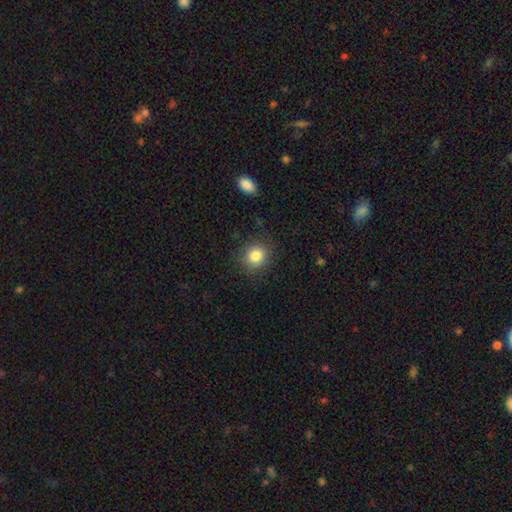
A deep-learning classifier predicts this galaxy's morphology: Smooth or featured? Predicted: smooth (p=0.84). How rounded? Predicted: round (p=0.83). Merging? Predicted: none (p=0.88).